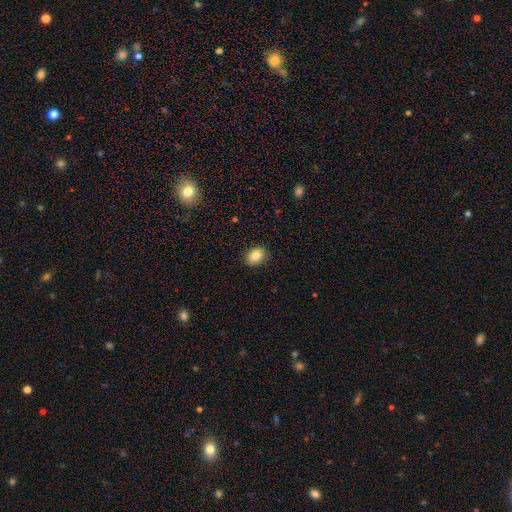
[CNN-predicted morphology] This appears to be a smooth galaxy with no disk features (84%) that is in between round and cigar-shaped (64%). Merging: none (88%).